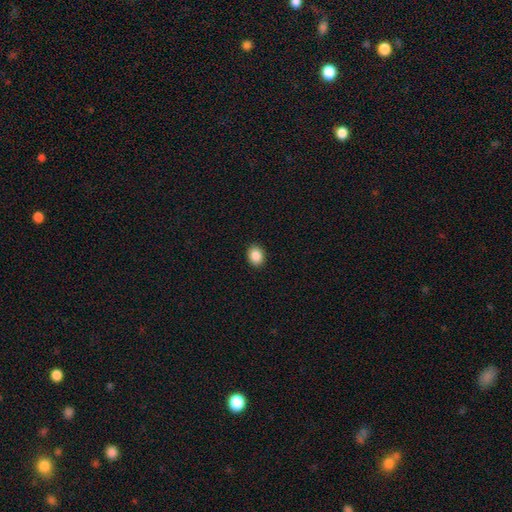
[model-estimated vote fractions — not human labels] This is clearly a smooth galaxy (88%). How rounded: possibly round (51%). Merging: clearly none (91%).